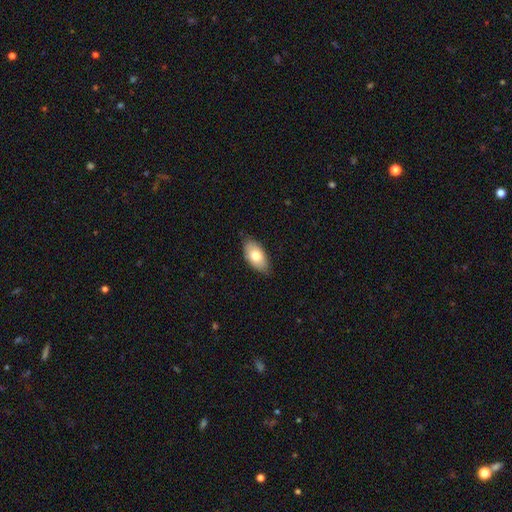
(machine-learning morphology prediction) This appears to be a smooth galaxy with no disk features (74%) that is in between round and cigar-shaped (93%). Merging: none (80%).